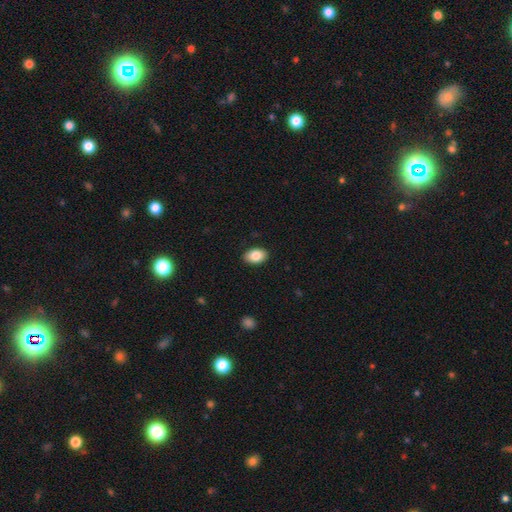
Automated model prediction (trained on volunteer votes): A smooth galaxy with no disk features (85%) that is in between round and cigar-shaped (90%).

Vote fractions:
- Smooth or featured? smooth: 85% / featured or disk: 8% / star or artifact: 7%
- How rounded? in between: 90% / round: 9% / cigar-shaped: 1%
- Merging? none: 90% / minor disturbance: 8% / major disturbance: 2% / merger: 1%